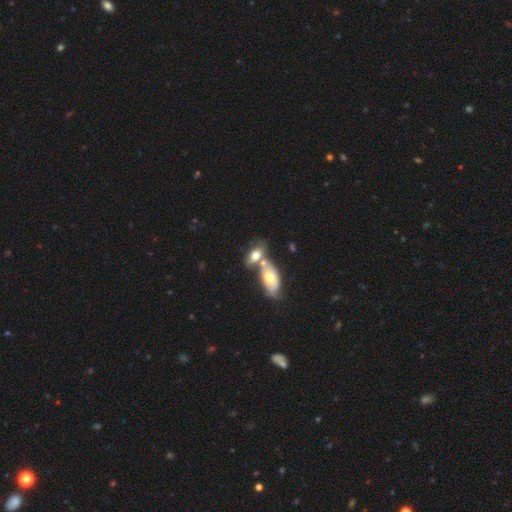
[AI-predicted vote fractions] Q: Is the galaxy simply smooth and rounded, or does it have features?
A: smooth — 66%.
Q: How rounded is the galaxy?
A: in between — 88%.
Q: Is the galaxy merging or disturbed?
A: merger — 59%.